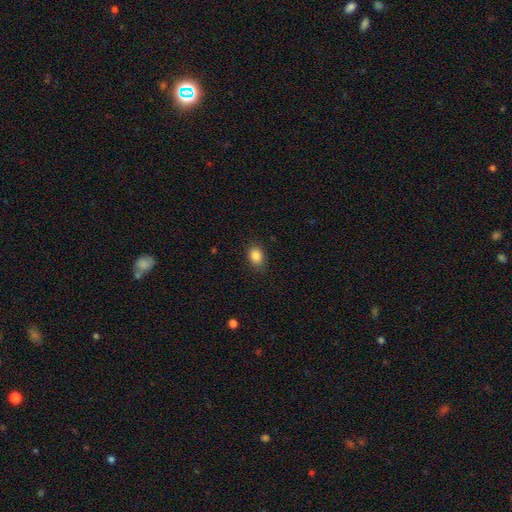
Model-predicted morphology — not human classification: Smooth or featured? smooth (87%)
How rounded? in between (70%)
Merging? none (85%)